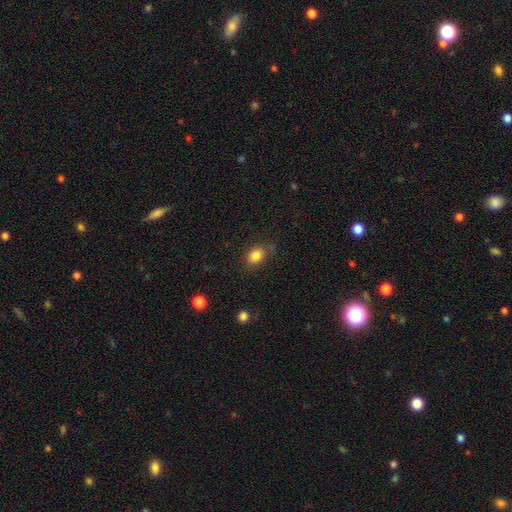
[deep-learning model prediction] smooth-or-featured: smooth: 84% | star or artifact: 10% | featured or disk: 6%
  how-rounded: in between: 61% | round: 38% | cigar-shaped: 1%
  merging: none: 78% | minor disturbance: 14% | major disturbance: 4% | merger: 4%